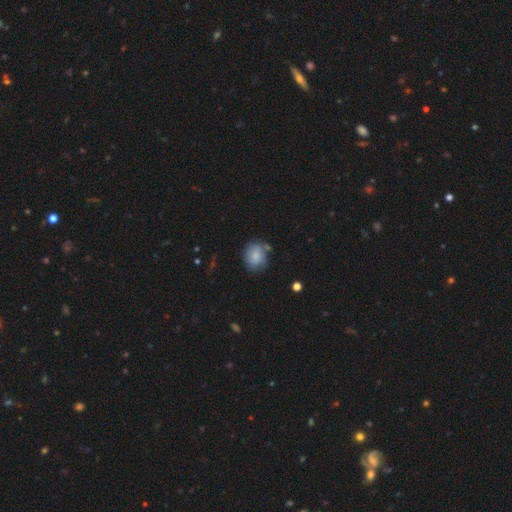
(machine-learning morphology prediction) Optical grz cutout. It shows a smooth galaxy with no disk features (79%) that is round (60%). Merging: none (62%).